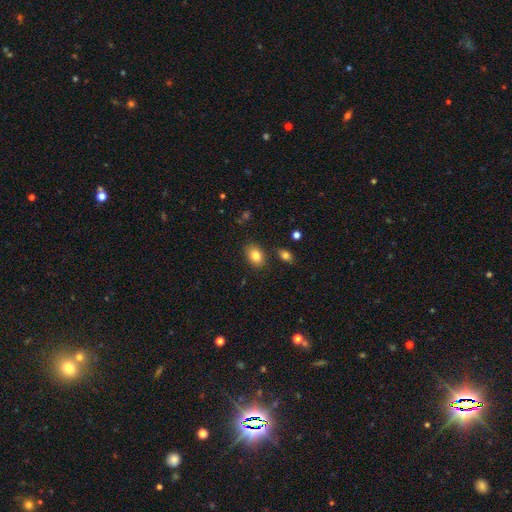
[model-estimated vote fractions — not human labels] smooth 82%, star or artifact 9%, featured or disk 9%. Down the decision tree: how rounded — in between (72%); merging — none (82%).